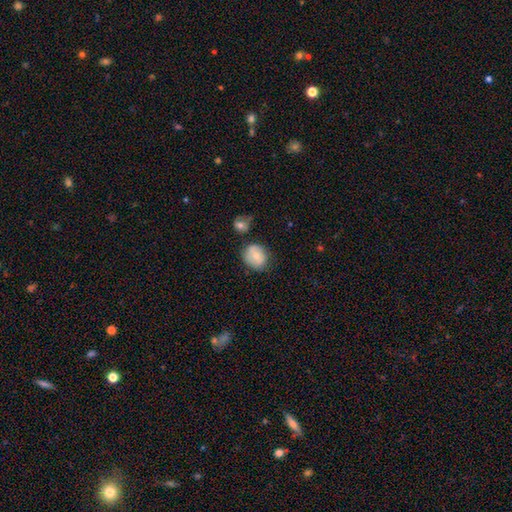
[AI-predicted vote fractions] Smooth or featured?
  - smooth: 73% *
  - featured or disk: 19%
  - star or artifact: 8%
How rounded?
  - round: 64% *
  - in between: 35%
  - cigar-shaped: 1%
Merging?
  - none: 61% *
  - minor disturbance: 22%
  - merger: 11%
  - major disturbance: 6%